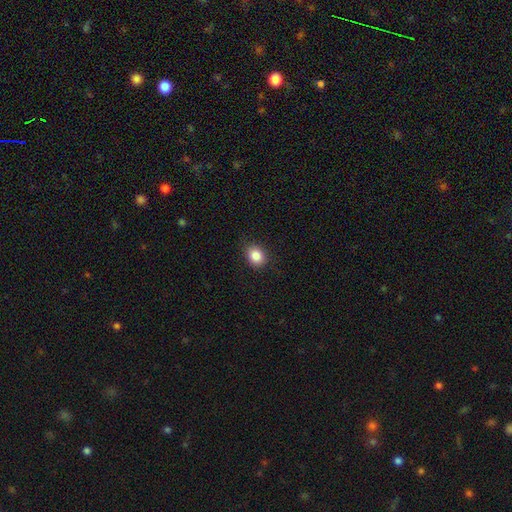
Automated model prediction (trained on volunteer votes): Smooth or featured: smooth — 85% (star or artifact — 10%)
How rounded: round — 56% (in between — 43%)
Merging: none — 87% (minor disturbance — 10%)